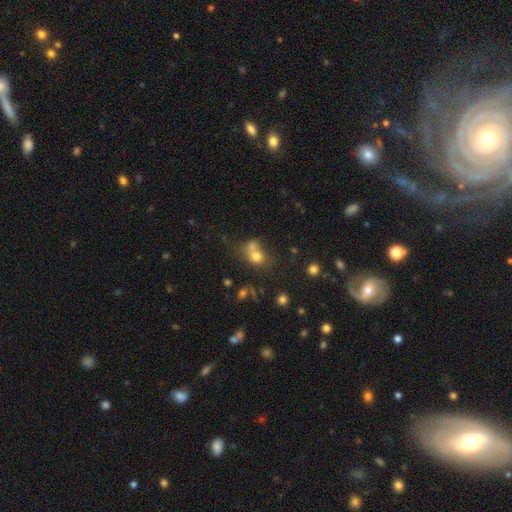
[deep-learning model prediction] This is likely a smooth galaxy (72%). How rounded: possibly round (60%). Merging: possibly merger (54%).